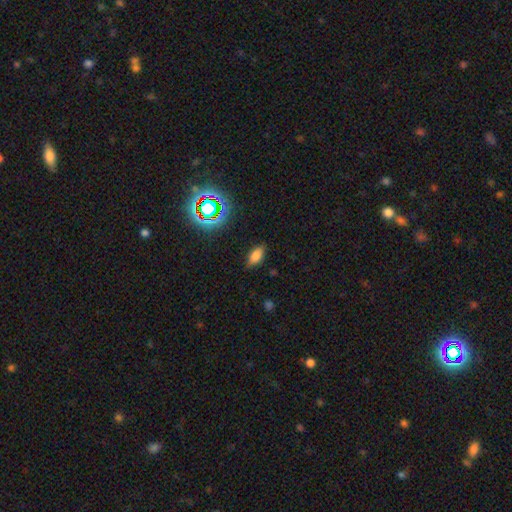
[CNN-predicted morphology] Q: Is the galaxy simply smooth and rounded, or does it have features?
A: smooth — 74%.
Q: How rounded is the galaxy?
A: in between — 86%.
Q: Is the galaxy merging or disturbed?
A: none — 84%.